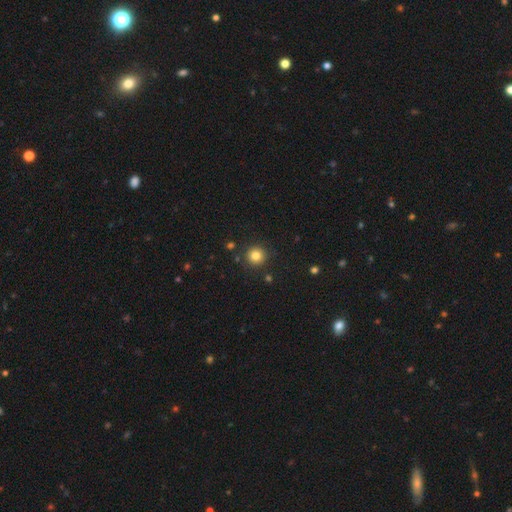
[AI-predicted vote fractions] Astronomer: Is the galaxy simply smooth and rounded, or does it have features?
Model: smooth — 82%.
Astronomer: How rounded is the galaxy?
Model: round — 95%.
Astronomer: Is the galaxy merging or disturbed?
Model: none — 90%.